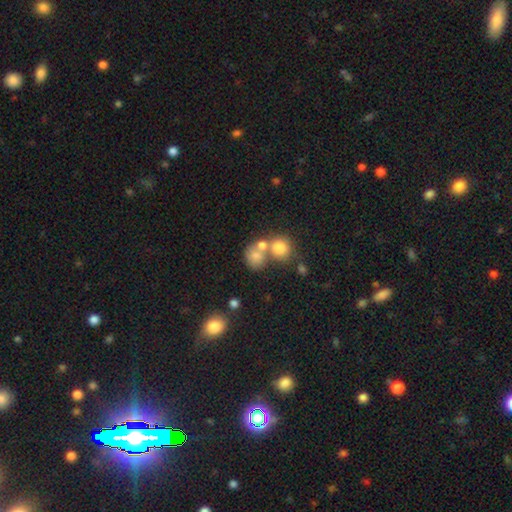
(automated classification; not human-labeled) This appears to be a smooth galaxy with no disk features (72%) that is round (67%). Merging: merger (49%).